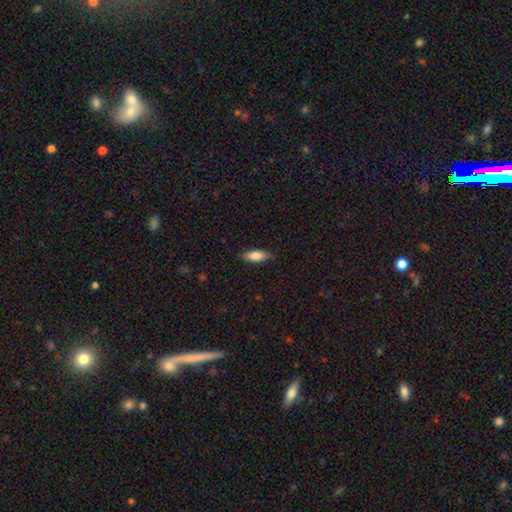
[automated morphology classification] Smooth or featured: smooth — 82% (featured or disk — 12%)
How rounded: in between — 72% (cigar-shaped — 26%)
Merging: none — 83% (minor disturbance — 13%)